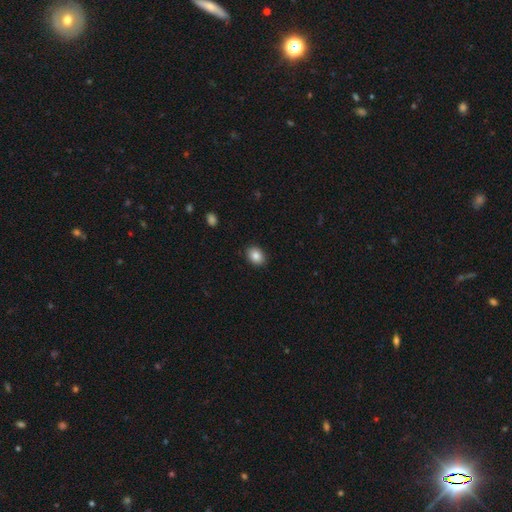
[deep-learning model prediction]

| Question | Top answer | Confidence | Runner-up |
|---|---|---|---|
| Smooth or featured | smooth | 86% | star or artifact (8%) |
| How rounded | in between | 68% | round (31%) |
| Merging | none | 89% | minor disturbance (8%) |